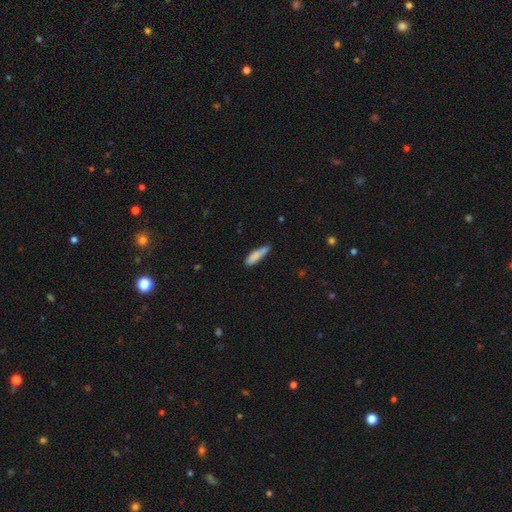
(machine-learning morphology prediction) Smooth or featured: smooth — 82% (featured or disk — 11%)
How rounded: cigar-shaped — 65% (in between — 34%)
Merging: none — 52% (minor disturbance — 32%)